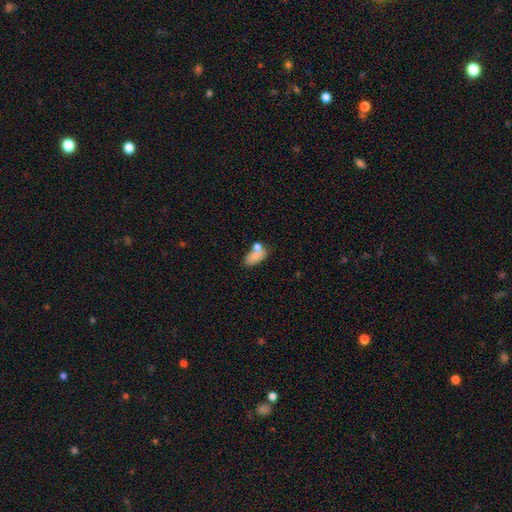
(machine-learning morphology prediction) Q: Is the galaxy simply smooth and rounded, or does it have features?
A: smooth — 77%.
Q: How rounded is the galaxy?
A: in between — 88%.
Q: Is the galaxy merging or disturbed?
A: none — 47%.